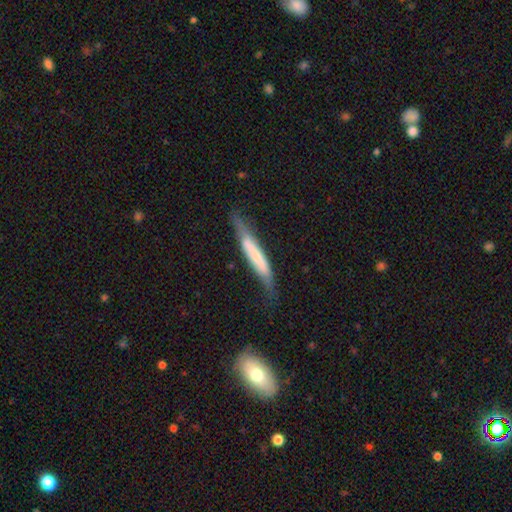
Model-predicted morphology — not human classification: smooth-or-featured: smooth: 54% | featured or disk: 40% | star or artifact: 6%
  how-rounded: cigar-shaped: 91% | in between: 7% | round: 1%
  merging: none: 58% | minor disturbance: 28% | major disturbance: 10% | merger: 3%